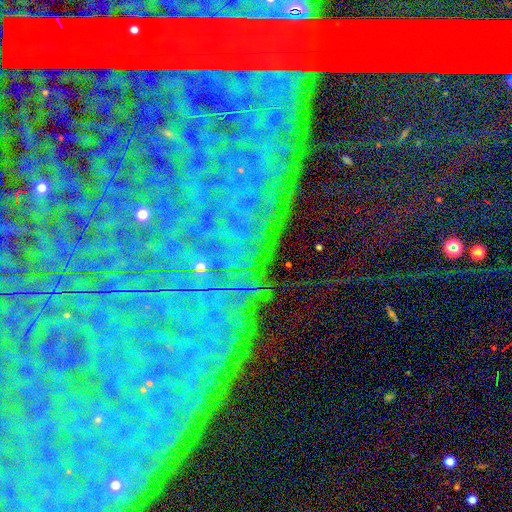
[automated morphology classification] Smooth or featured? star or artifact (84%)